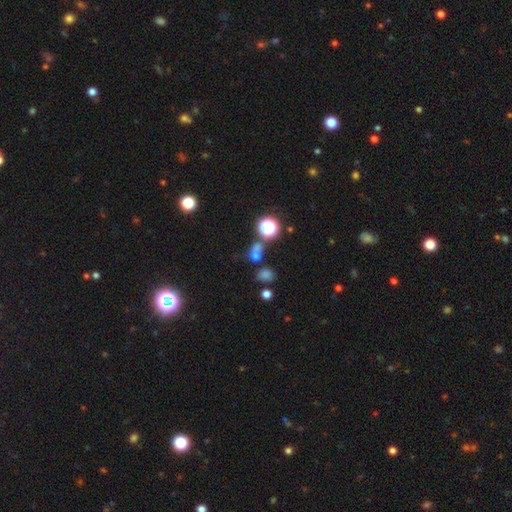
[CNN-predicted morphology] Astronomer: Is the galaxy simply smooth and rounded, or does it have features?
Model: smooth — 62%.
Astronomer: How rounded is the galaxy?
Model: round — 65%.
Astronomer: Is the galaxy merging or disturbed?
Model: none — 50% (runner-up: merger, 30%).